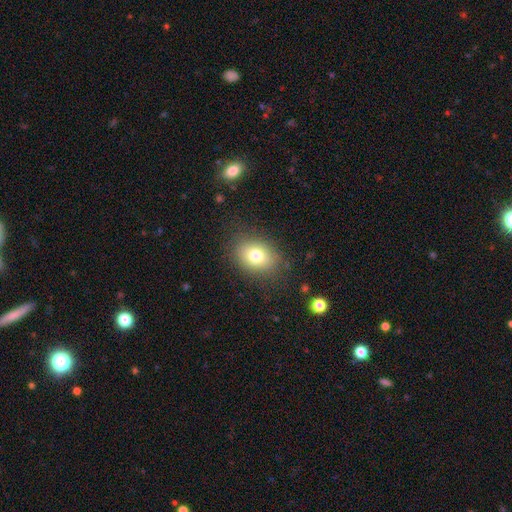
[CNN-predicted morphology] Smooth or featured: smooth — 76% (featured or disk — 12%)
How rounded: in between — 62% (round — 37%)
Merging: none — 83% (minor disturbance — 11%)